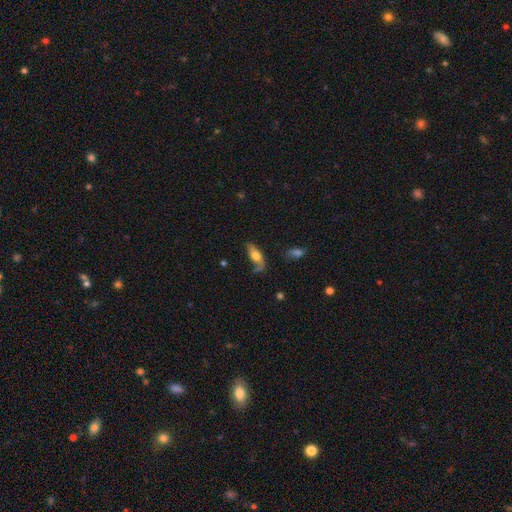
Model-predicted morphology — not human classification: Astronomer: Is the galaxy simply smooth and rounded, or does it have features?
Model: smooth — 57% (runner-up: featured or disk, 36%).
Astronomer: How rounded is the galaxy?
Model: in between — 74%.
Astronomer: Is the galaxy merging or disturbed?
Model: none — 47% (runner-up: minor disturbance, 28%).